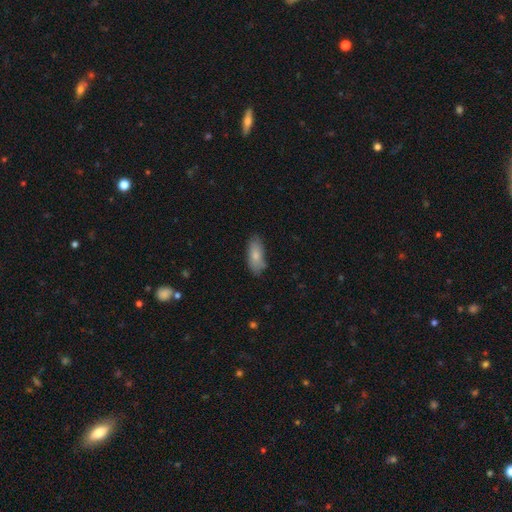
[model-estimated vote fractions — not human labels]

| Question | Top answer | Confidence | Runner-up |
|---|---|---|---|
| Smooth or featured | smooth | 80% | featured or disk (14%) |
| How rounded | in between | 83% | cigar-shaped (15%) |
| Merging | none | 76% | minor disturbance (19%) |